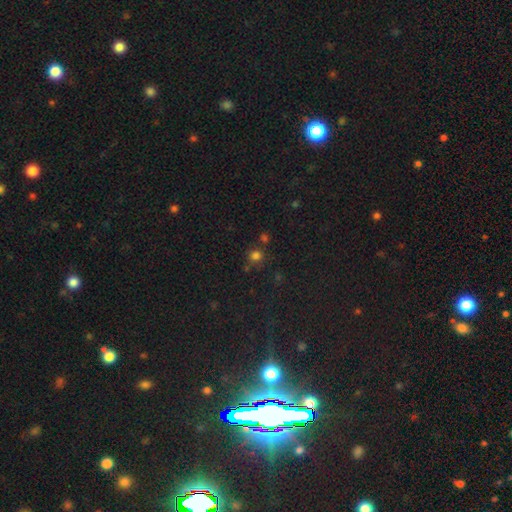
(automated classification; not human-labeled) Smooth or featured? Predicted: smooth (p=0.74). How rounded? Predicted: round (p=0.89). Merging? Predicted: none (p=0.75).